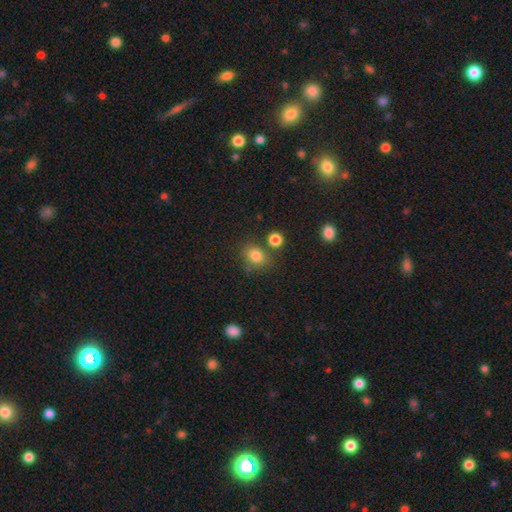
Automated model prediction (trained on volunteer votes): Q: Smooth or featured?
A: smooth (82%); runner-up: star or artifact (12%)
Q: How rounded?
A: round (53%); runner-up: in between (46%)
Q: Merging?
A: none (68%); runner-up: minor disturbance (15%)